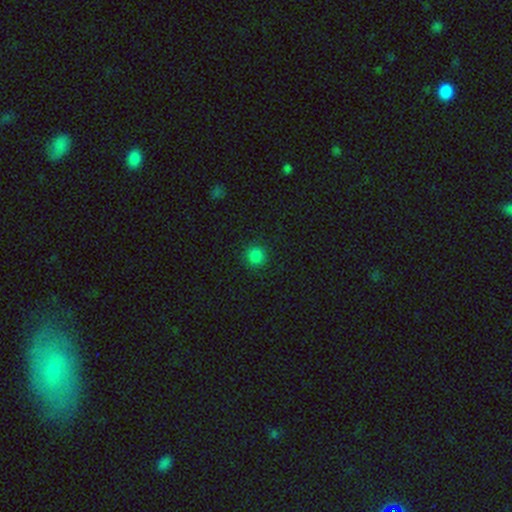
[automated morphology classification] The model was most divided on "smooth or featured": smooth: 84%, star or artifact: 13%, featured or disk: 3%. More confident: how rounded — round (93%); merging — none (90%).